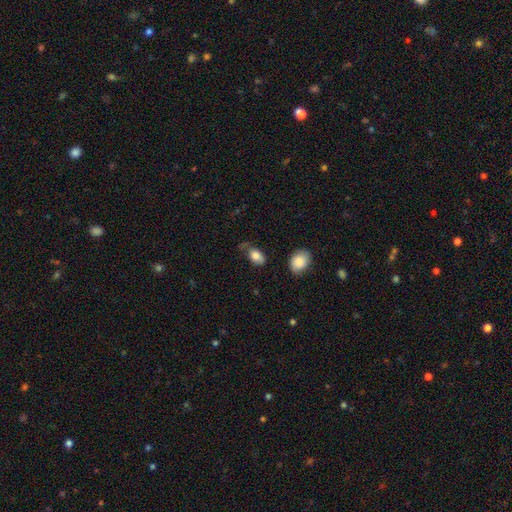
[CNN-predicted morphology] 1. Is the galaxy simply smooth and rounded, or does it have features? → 84% smooth, 8% featured or disk, 8% star or artifact.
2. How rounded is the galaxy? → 88% in between, 9% round, 2% cigar-shaped.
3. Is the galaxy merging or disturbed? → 54% none, 31% minor disturbance, 9% major disturbance, 6% merger.